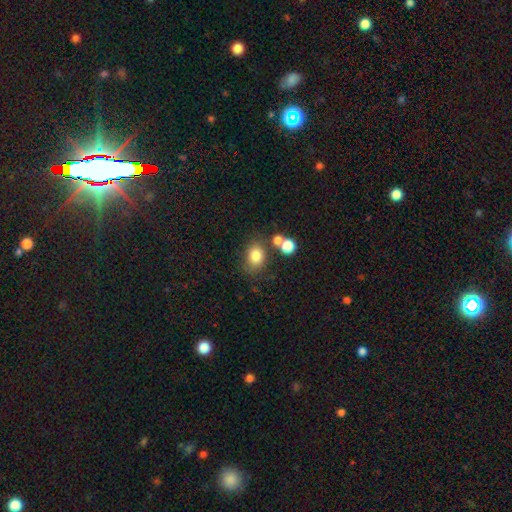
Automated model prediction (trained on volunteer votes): smooth_or_featured: smooth (p=0.81) [alt: star or artifact p=0.11]
how_rounded: in between (p=0.57) [alt: round p=0.42]
merging: none (p=0.64) [alt: merger p=0.15]